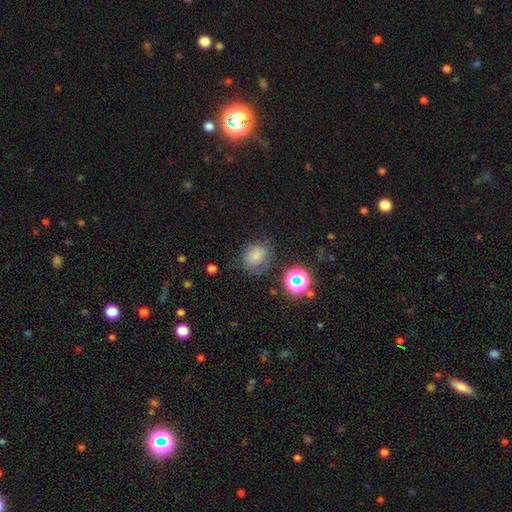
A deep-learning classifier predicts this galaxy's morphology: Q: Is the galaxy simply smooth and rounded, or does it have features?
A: smooth — 72%.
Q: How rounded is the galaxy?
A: round — 68%.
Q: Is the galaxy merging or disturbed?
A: none — 66%.